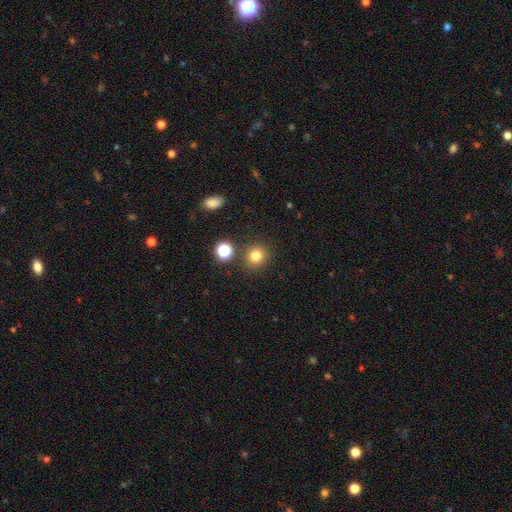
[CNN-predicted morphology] Smooth or featured? smooth (79%)
How rounded? round (85%)
Merging? none (85%)